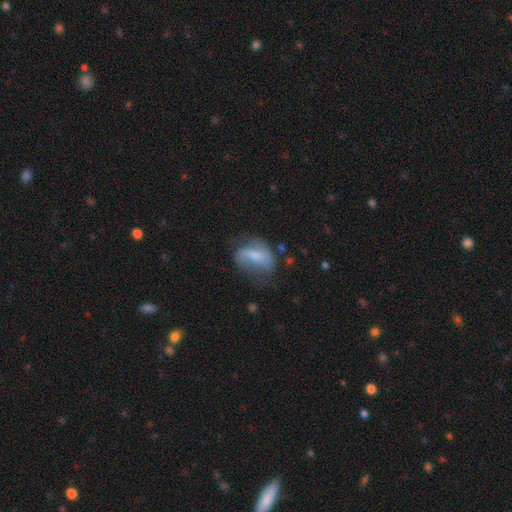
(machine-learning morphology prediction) The model was most divided on "smooth or featured": featured or disk: 48%, smooth: 44%, star or artifact: 8%. Remaining: merging — none (41%).